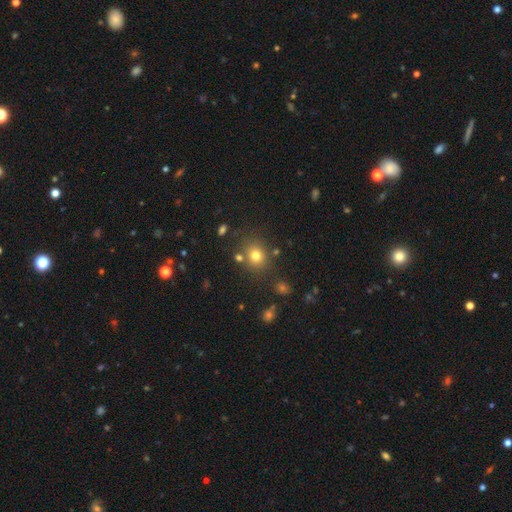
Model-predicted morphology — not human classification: Smooth or featured? Predicted: smooth (p=0.75). How rounded? Predicted: round (p=0.74). Merging? Predicted: none (p=0.77).